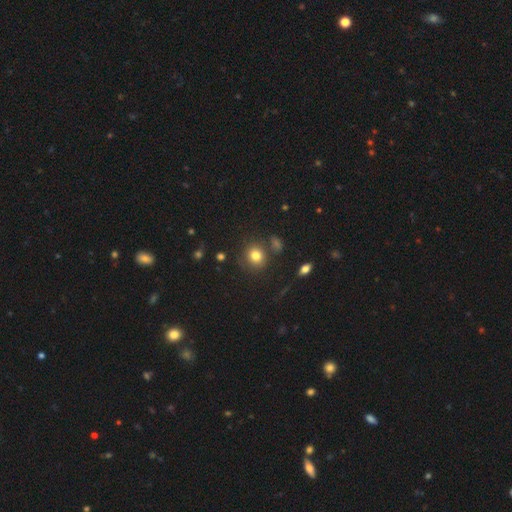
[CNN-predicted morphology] Q: Smooth or featured?
A: smooth (80%); runner-up: star or artifact (12%)
Q: How rounded?
A: round (80%); runner-up: in between (19%)
Q: Merging?
A: none (79%); runner-up: minor disturbance (11%)